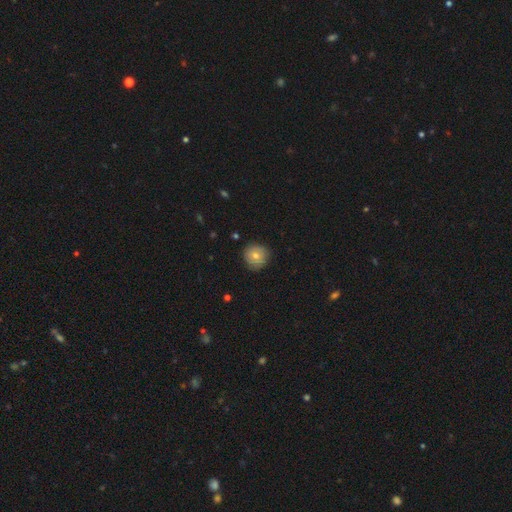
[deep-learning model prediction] Smooth or featured? smooth (74%)
How rounded? round (93%)
Merging? none (84%)